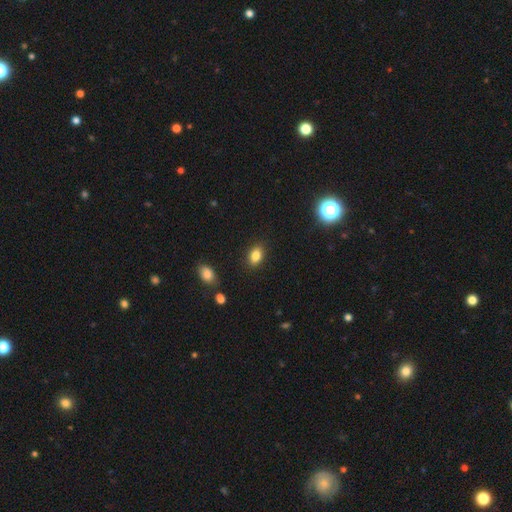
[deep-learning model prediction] Q: Smooth or featured?
A: smooth (84%); runner-up: star or artifact (10%)
Q: How rounded?
A: in between (81%); runner-up: round (18%)
Q: Merging?
A: none (86%); runner-up: minor disturbance (10%)